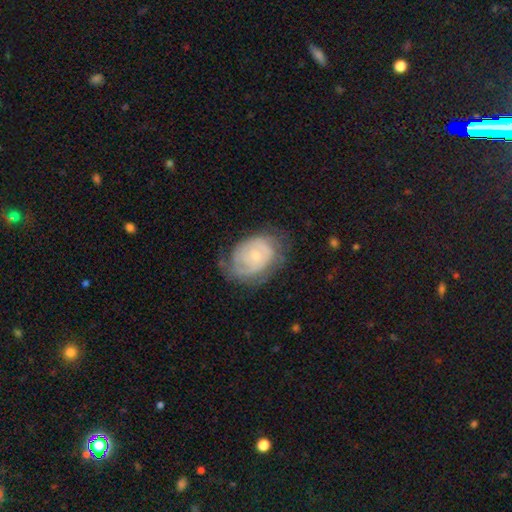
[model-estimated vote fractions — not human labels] smooth-or-featured: featured or disk: 73% | smooth: 21% | star or artifact: 6%
  disk-edge-on: no: 97% | yes: 3%
    bar: no: 75% | weak: 21% | strong: 3%
    has-spiral-arms: yes: 86% | no: 14%
      spiral-winding: tight: 65% | medium: 26% | loose: 9%
      spiral-arm-count: can't tell: 40% | 2: 32% | 3: 11% | 1: 10% | 4: 4% | more than 4: 3%
    bulge-size: small: 62% | moderate: 33% | none: 2% | large: 2% | dominant: 1%
  merging: none: 61% | minor disturbance: 25% | major disturbance: 13% | merger: 1%